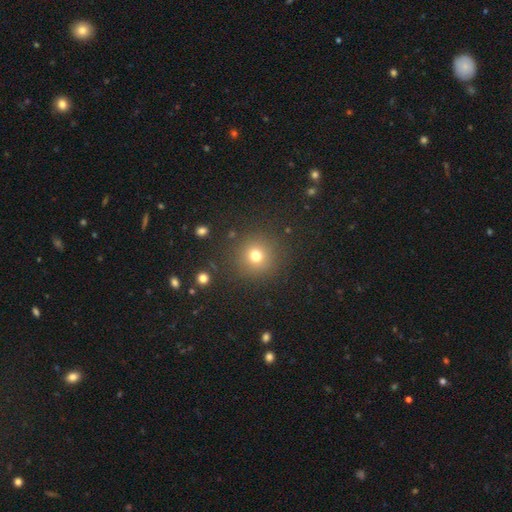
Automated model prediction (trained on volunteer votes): Smooth or featured: smooth — 73% (star or artifact — 18%)
How rounded: round — 94% (in between — 5%)
Merging: none — 88% (minor disturbance — 7%)